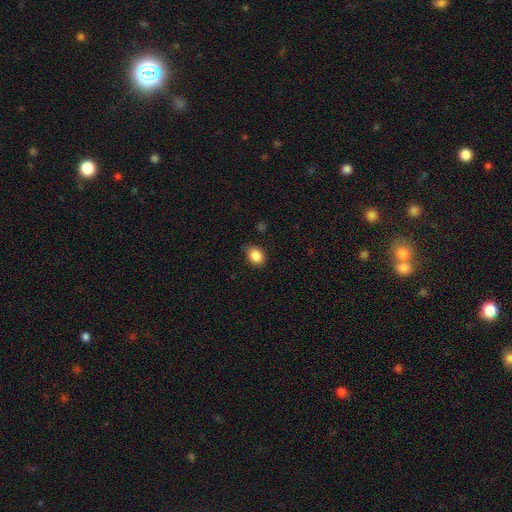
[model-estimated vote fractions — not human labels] This appears to be a smooth galaxy with no disk features (86%) that is in between round and cigar-shaped (50%). Merging: none (76%).